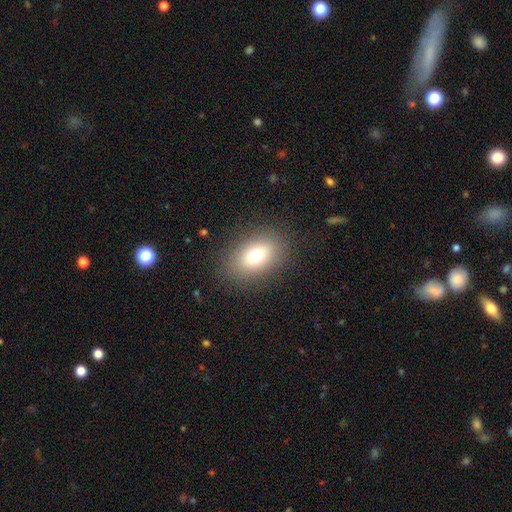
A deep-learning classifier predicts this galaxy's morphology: A smooth galaxy with no disk features (76%) that is in between round and cigar-shaped (83%). Merging: none (85%).